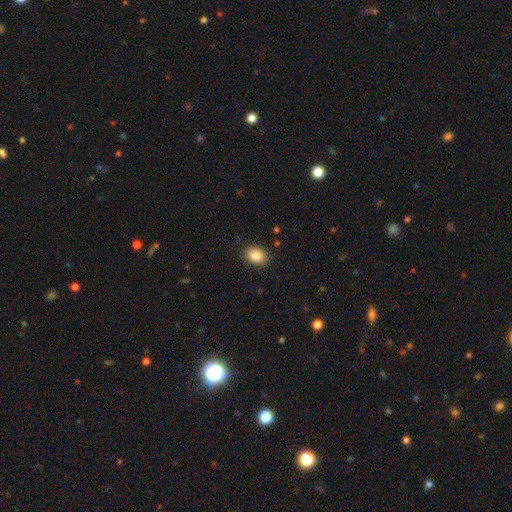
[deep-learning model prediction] Overall: smooth (86%). How rounded: in between (73%). Merging: none (87%).